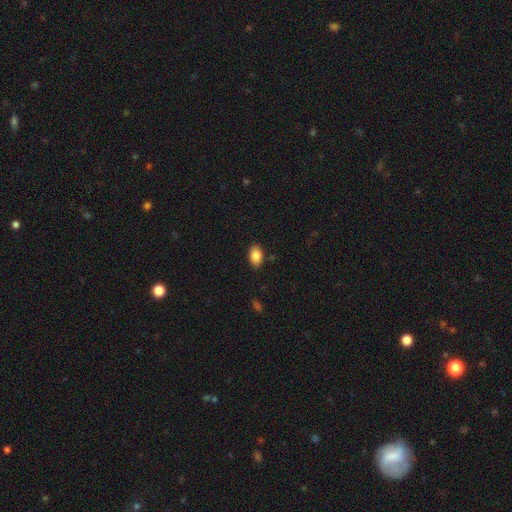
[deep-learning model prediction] Smooth or featured?
  - smooth: 86% *
  - star or artifact: 8%
  - featured or disk: 6%
How rounded?
  - in between: 90% *
  - round: 9%
  - cigar-shaped: 1%
Merging?
  - none: 86% *
  - minor disturbance: 10%
  - major disturbance: 2%
  - merger: 1%